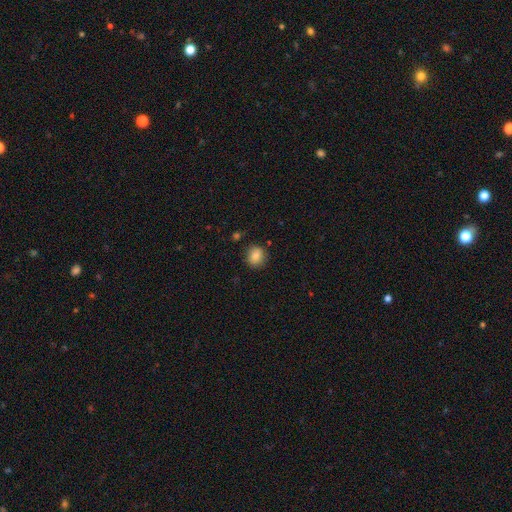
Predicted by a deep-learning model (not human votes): Overall: smooth (85%). How rounded: round (73%). Merging: none (86%).